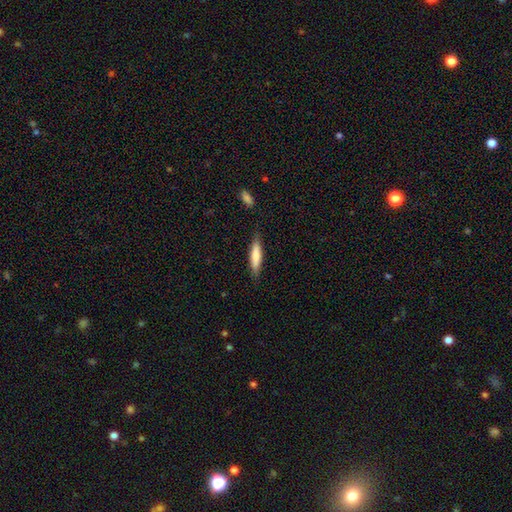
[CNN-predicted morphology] The model was most divided on "smooth or featured": smooth: 74%, featured or disk: 20%, star or artifact: 6%. More confident: merging — none (83%); how rounded — cigar-shaped (82%).